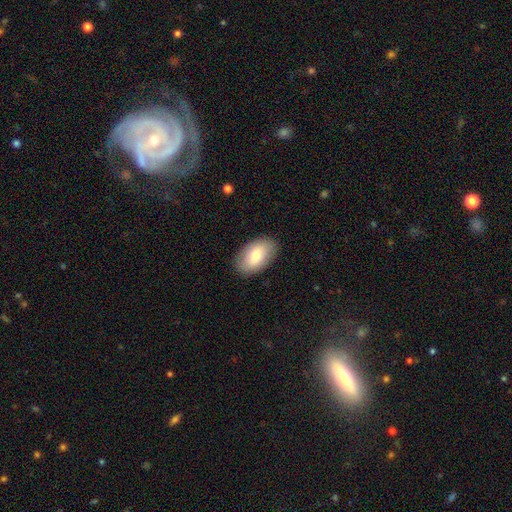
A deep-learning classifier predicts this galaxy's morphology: A smooth galaxy with no disk features (79%) that is in between round and cigar-shaped (94%). Merging: none (87%).